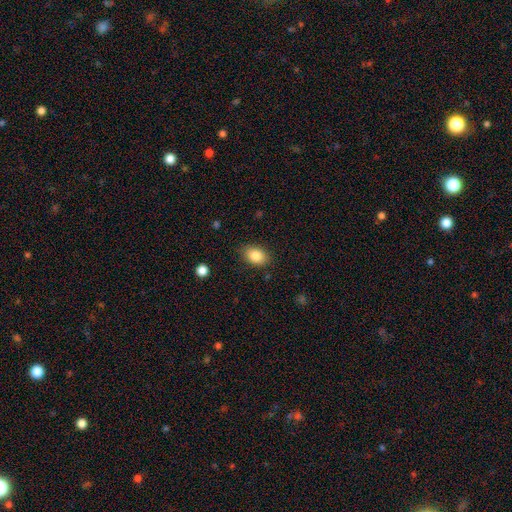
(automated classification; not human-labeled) Morphology: type=smooth (86%); roundness=in between (80%); merging=none (82%).